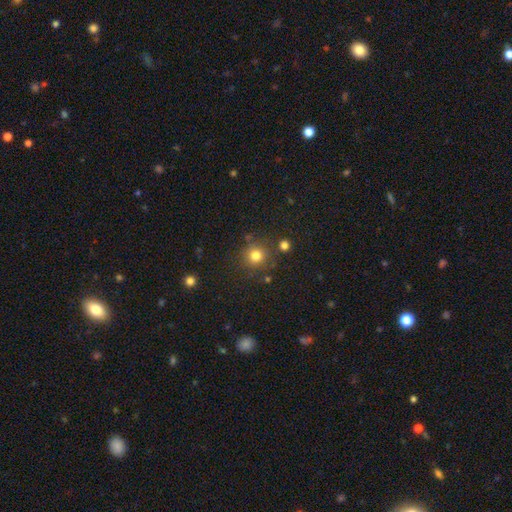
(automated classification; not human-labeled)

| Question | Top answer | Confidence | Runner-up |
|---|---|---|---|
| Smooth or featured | smooth | 80% | star or artifact (14%) |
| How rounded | round | 92% | in between (7%) |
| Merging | none | 82% | minor disturbance (9%) |